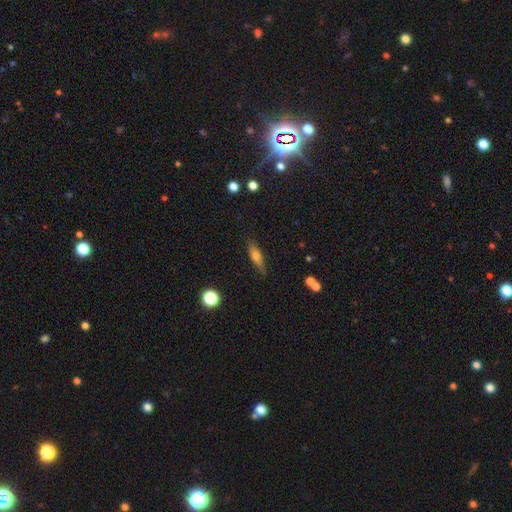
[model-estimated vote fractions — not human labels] This is possibly a smooth galaxy (57%). How rounded: likely cigar-shaped (64%). Merging: clearly none (83%).